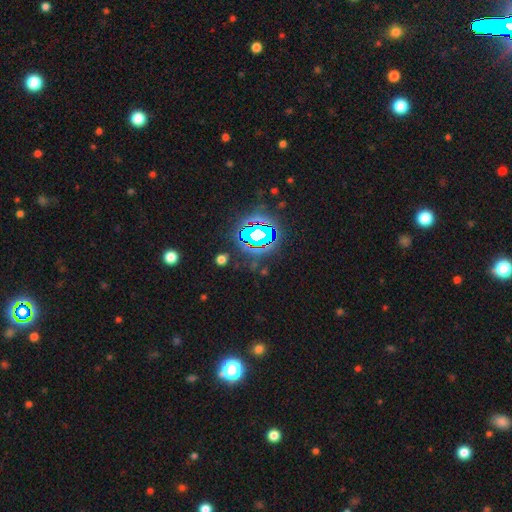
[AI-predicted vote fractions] Smooth or featured? Predicted: star or artifact (p=0.81).